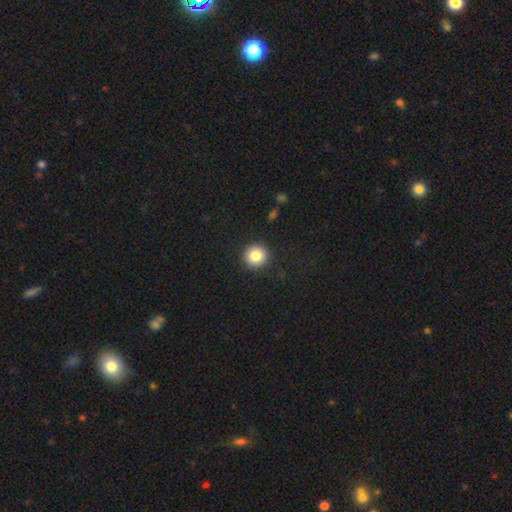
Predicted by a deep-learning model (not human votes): Overall: smooth (84%). How rounded: round (94%). Merging: none (92%).